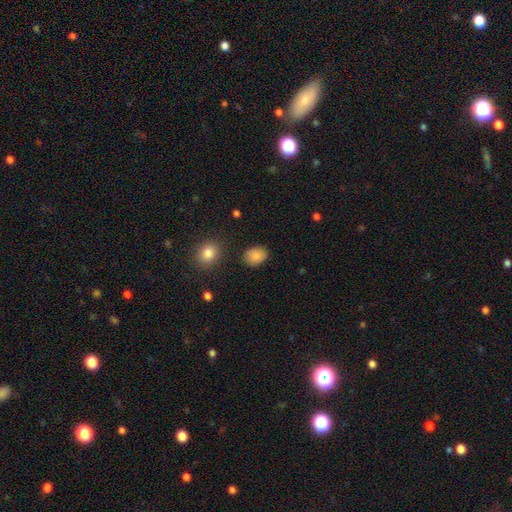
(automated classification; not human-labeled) smooth_or_featured: smooth (p=0.87) [alt: star or artifact p=0.08]
how_rounded: in between (p=0.62) [alt: round p=0.37]
merging: none (p=0.84) [alt: minor disturbance p=0.11]